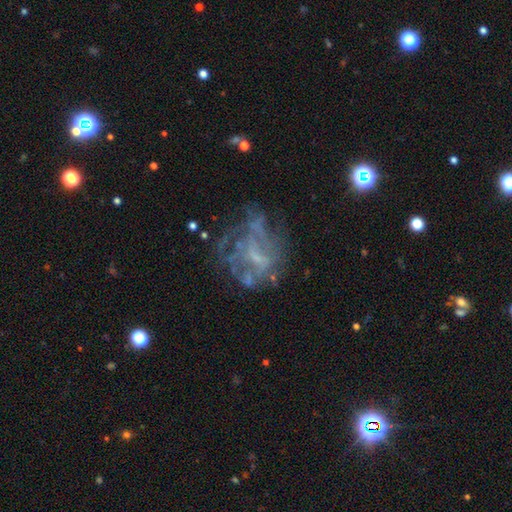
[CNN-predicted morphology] Smooth or featured? featured or disk (66%)
Edge-on disk? no (97%)
Bar? no (59%)
Spiral arms? no (58%)
Bulge size? none (43%)
Merging? none (50%)